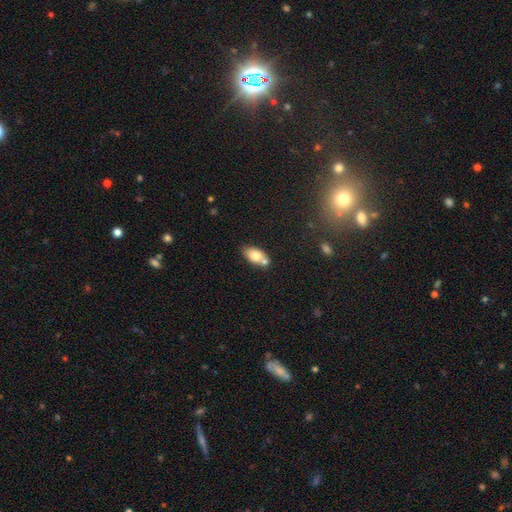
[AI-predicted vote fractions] smooth 74%, featured or disk 18%, star or artifact 8%. Down the decision tree: how rounded — in between (88%); merging — none (50%).